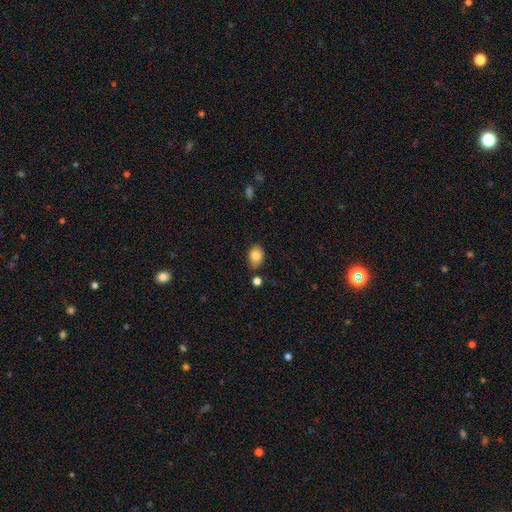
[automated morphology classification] Smooth or featured?
  - smooth: 85% *
  - star or artifact: 8%
  - featured or disk: 6%
How rounded?
  - in between: 72% *
  - round: 27%
  - cigar-shaped: 1%
Merging?
  - none: 71% *
  - minor disturbance: 19%
  - merger: 6%
  - major disturbance: 4%